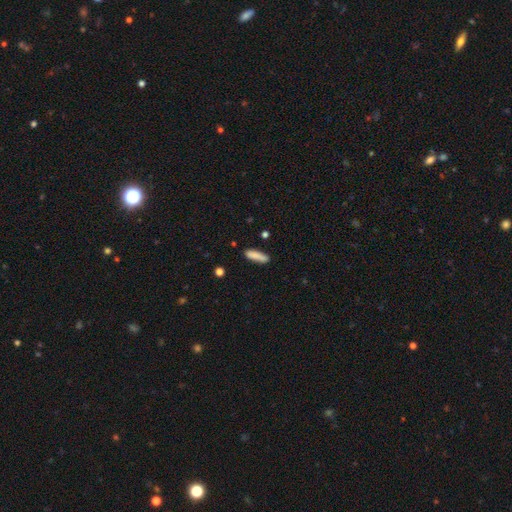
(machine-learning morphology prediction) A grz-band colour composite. It shows a smooth galaxy with no disk features (85%) that is cigar-shaped (68%). Merging: none (81%).